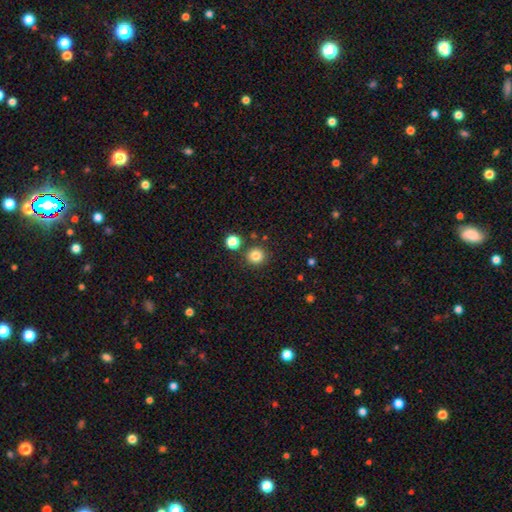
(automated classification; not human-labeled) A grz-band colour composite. It shows a smooth galaxy with no disk features (82%) that is round (93%). Merging: none (86%).